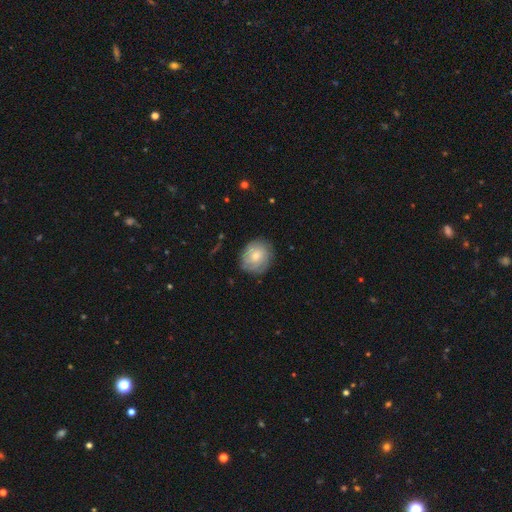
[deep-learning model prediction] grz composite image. It shows a smooth galaxy with no disk features (51%) that is round (77%). Merging: none (77%).